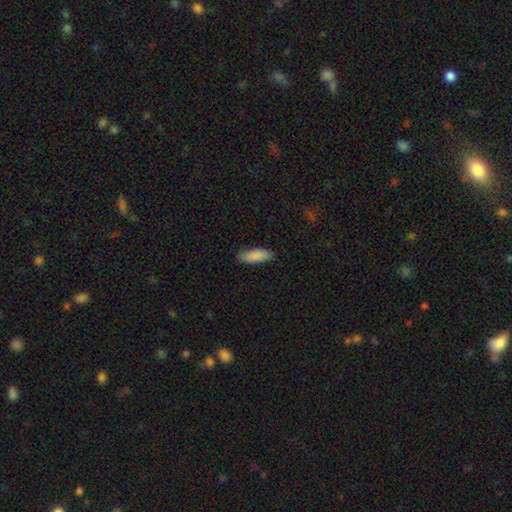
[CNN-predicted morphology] smooth 88%, featured or disk 6%, star or artifact 6%. Down the decision tree: how rounded — in between (61%); merging — none (84%).